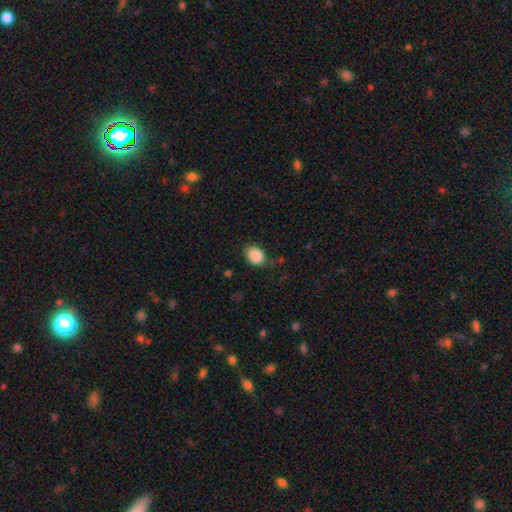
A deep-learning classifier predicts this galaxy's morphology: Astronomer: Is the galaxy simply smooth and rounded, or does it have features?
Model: smooth — 88%.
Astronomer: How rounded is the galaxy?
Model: in between — 70%.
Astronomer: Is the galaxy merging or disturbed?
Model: none — 74%.